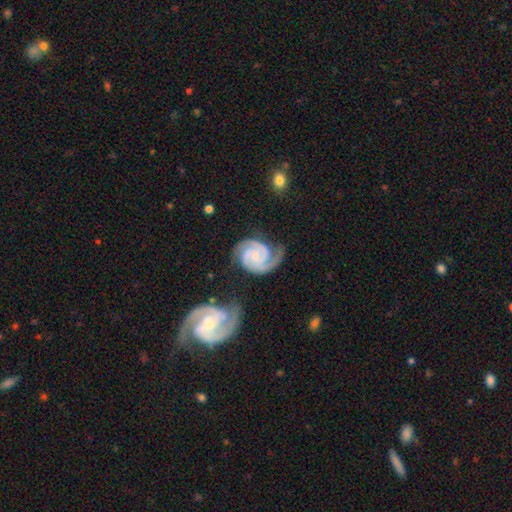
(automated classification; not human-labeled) This appears to be a featured or disk galaxy (91%) with no bar (60%), 2 (67%) tight (59%) spiral arms (99%) and a small central bulge (68%). Merging: none (64%).